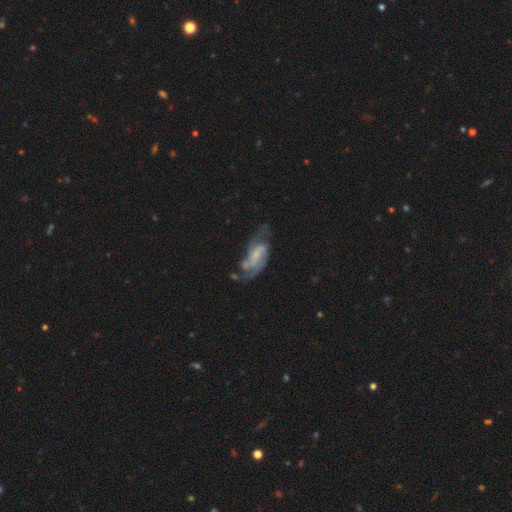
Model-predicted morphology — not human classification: smooth-or-featured: featured or disk: 79% | smooth: 14% | star or artifact: 6%
  disk-edge-on: no: 95% | yes: 5%
    bar: no: 46% | weak: 42% | strong: 13%
    has-spiral-arms: yes: 92% | no: 8%
      spiral-winding: medium: 48% | tight: 28% | loose: 25%
      spiral-arm-count: 2: 60% | can't tell: 17% | 3: 13% | 1: 4% | 4: 3% | more than 4: 3%
    bulge-size: small: 48% | moderate: 23% | none: 23% | large: 4% | dominant: 1%
  merging: none: 51% | minor disturbance: 23% | major disturbance: 20% | merger: 6%